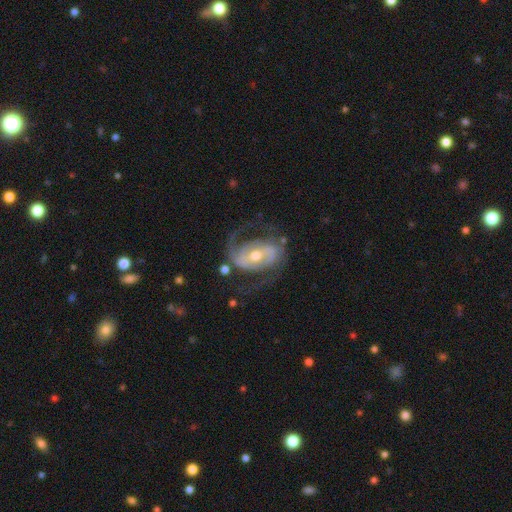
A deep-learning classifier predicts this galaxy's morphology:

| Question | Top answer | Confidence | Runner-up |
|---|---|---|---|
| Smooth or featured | featured or disk | 88% | smooth (7%) |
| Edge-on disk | no | 97% | yes (3%) |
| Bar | strong | 38% | tied: weak (38%) |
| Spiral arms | yes | 94% | no (6%) |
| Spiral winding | medium | 51% | loose (28%) |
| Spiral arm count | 2 | 86% | can't tell (5%) |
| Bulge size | moderate | 58% | small (36%) |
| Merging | none | 63% | major disturbance (18%) |